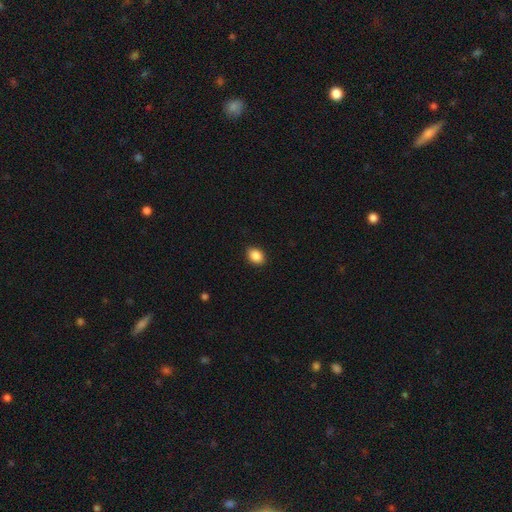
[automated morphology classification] Q: Smooth or featured?
A: smooth (89%); runner-up: star or artifact (8%)
Q: How rounded?
A: in between (74%); runner-up: round (25%)
Q: Merging?
A: none (90%); runner-up: minor disturbance (7%)